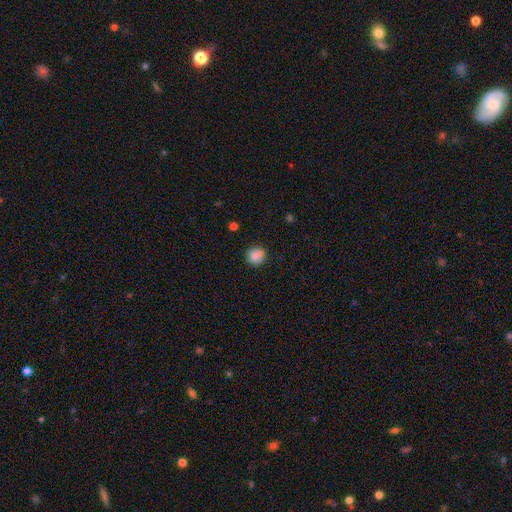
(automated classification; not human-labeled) Smooth or featured: smooth — 85% (star or artifact — 9%)
How rounded: round — 89% (in between — 10%)
Merging: none — 84% (minor disturbance — 11%)